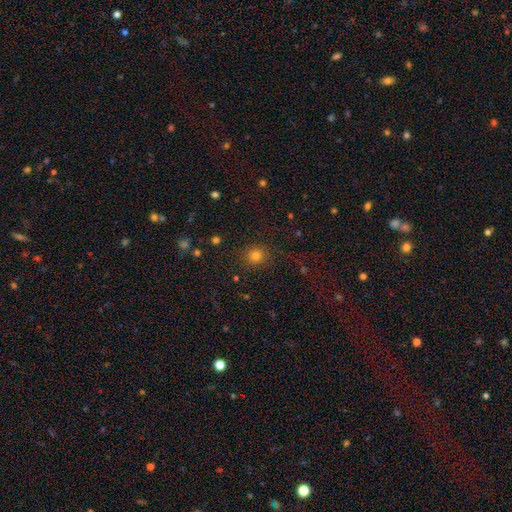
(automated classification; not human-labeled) This appears to be a smooth galaxy with no disk features (75%) that is round (88%). Merging: none (86%).